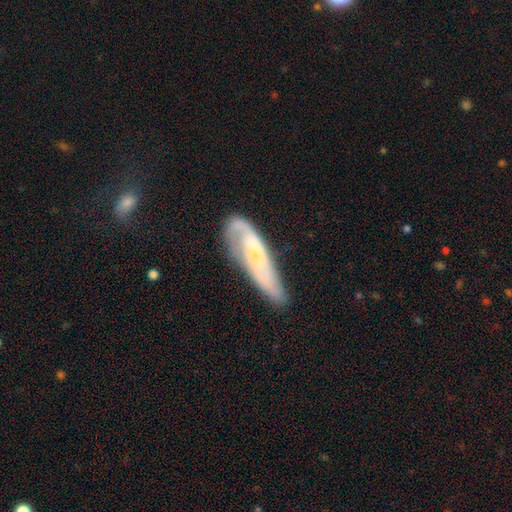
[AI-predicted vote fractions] featured or disk 58%, smooth 34%, star or artifact 8%. Down the decision tree: edge-on disk — no (76%); merging — none (50%).